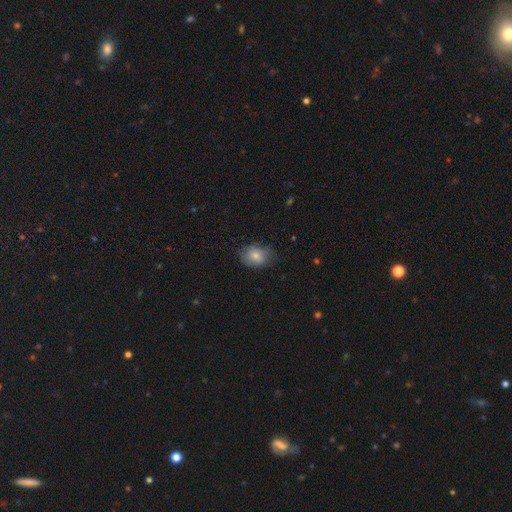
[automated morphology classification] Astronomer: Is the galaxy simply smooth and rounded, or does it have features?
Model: smooth — 78%.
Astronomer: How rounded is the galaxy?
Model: in between — 71%.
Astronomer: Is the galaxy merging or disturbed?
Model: none — 68%.